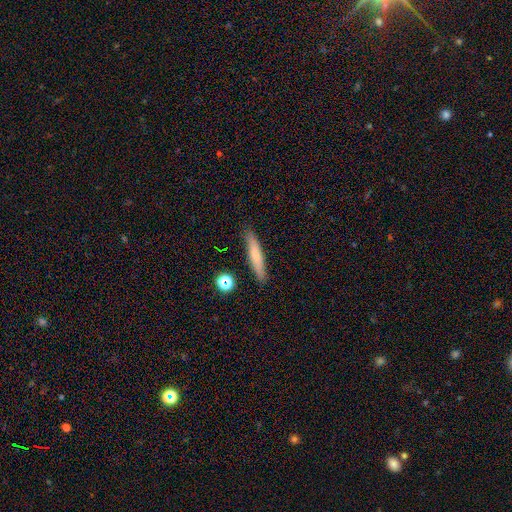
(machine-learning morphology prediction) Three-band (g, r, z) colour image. It shows a smooth galaxy with no disk features (60%) that is cigar-shaped (89%). Merging: none (86%).